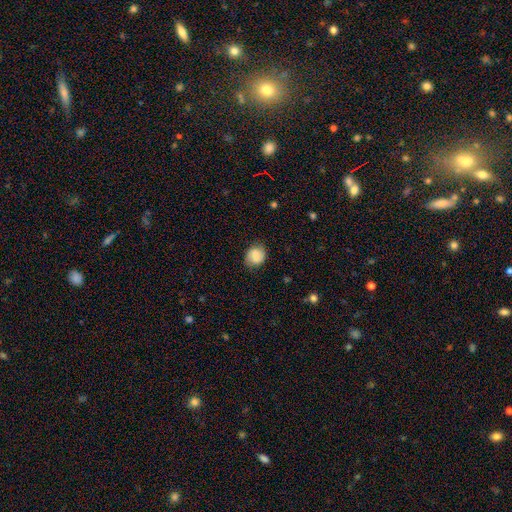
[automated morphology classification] The model was most divided on "how rounded": round: 61%, in between: 38%, cigar-shaped: 1%. More confident: merging — none (77%); smooth or featured — smooth (70%).